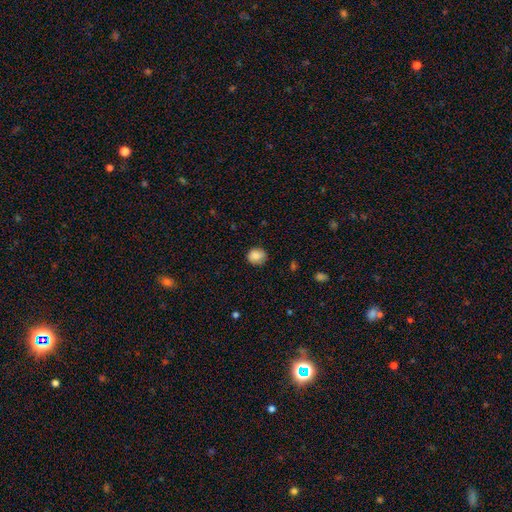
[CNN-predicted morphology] This is clearly a smooth galaxy (86%). How rounded: likely round (70%). Merging: likely none (78%).